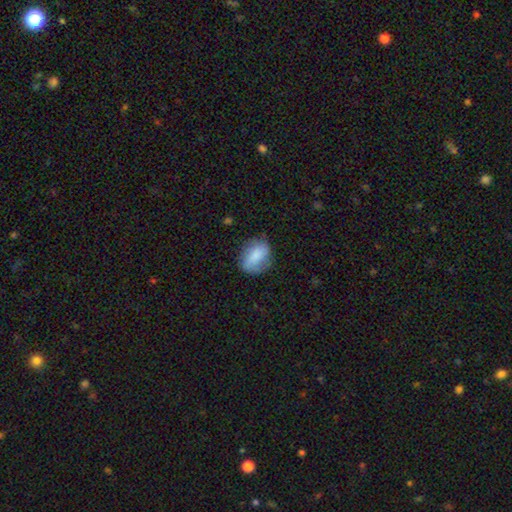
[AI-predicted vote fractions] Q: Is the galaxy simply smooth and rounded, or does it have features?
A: smooth — 71%.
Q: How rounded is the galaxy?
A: in between — 73%.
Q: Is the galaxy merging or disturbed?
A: none — 66%.